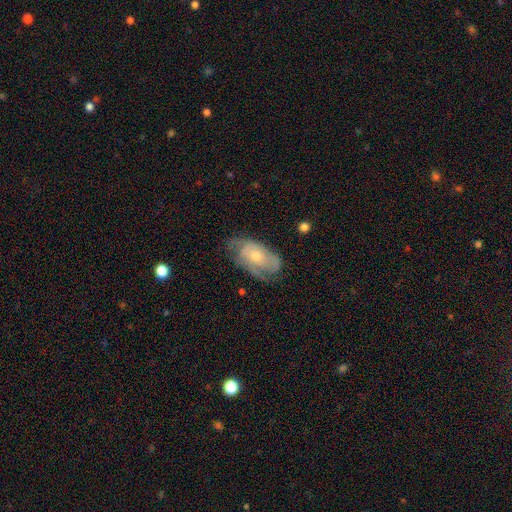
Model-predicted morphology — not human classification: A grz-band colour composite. It shows a featured or disk galaxy (61%) with no bar (78%), spiral arms (77%) and a small central bulge (50%). Merging: none (53%).